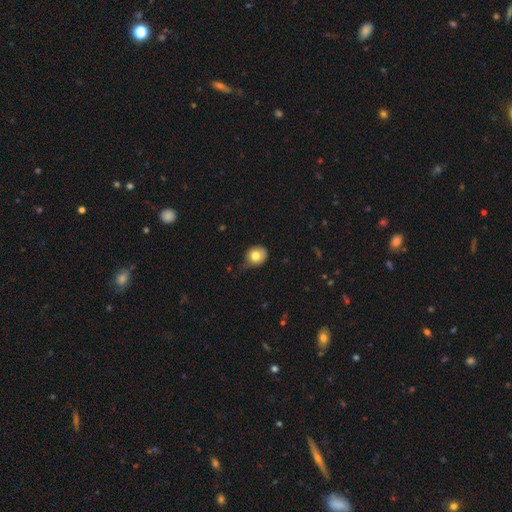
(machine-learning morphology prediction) A smooth galaxy with no disk features (78%) that is round (73%). Merging: none (53%).